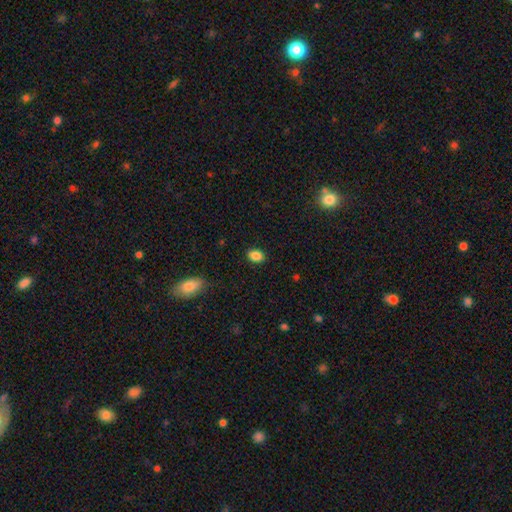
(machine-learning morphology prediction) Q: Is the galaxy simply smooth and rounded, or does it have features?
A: smooth — 86%.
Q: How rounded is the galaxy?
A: in between — 74%.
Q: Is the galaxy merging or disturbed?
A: none — 87%.